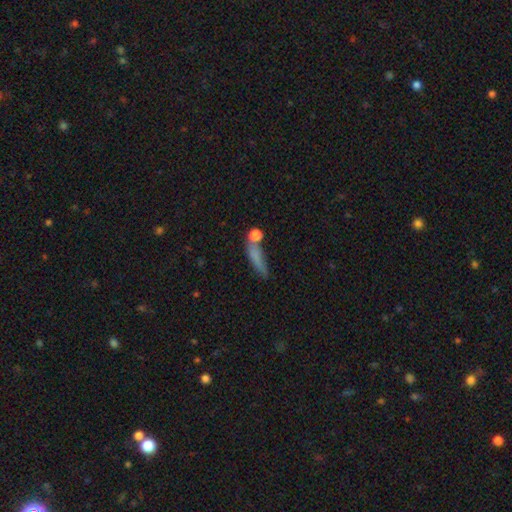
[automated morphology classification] Smooth or featured: smooth — 71% (featured or disk — 17%)
How rounded: cigar-shaped — 64% (in between — 28%)
Merging: none — 48% (minor disturbance — 20%)